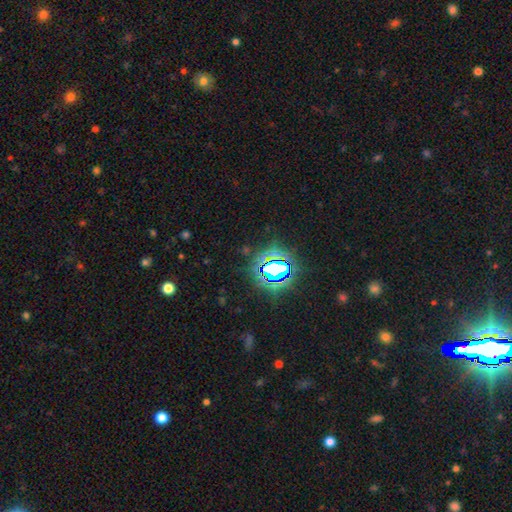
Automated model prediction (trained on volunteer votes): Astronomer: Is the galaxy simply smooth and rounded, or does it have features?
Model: star or artifact — 82%.